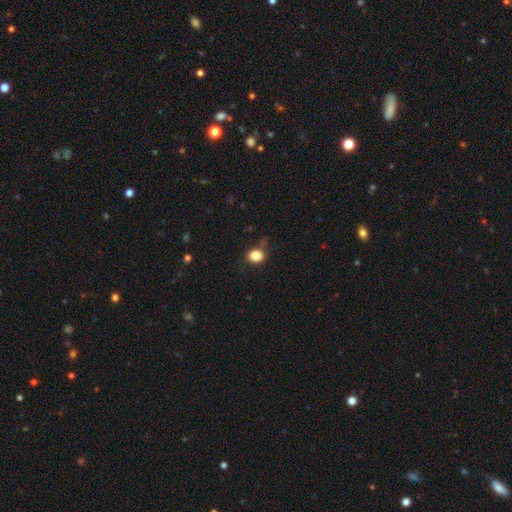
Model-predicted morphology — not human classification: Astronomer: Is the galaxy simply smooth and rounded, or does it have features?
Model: smooth — 84%.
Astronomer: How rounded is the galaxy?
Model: round — 62% (runner-up: in between, 37%).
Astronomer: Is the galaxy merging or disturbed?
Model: none — 75%.